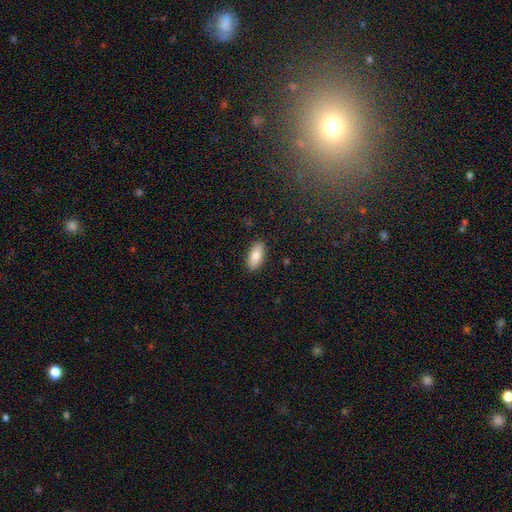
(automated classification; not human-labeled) smooth 84%, featured or disk 9%, star or artifact 6%. Down the decision tree: how rounded — in between (88%); merging — none (89%).